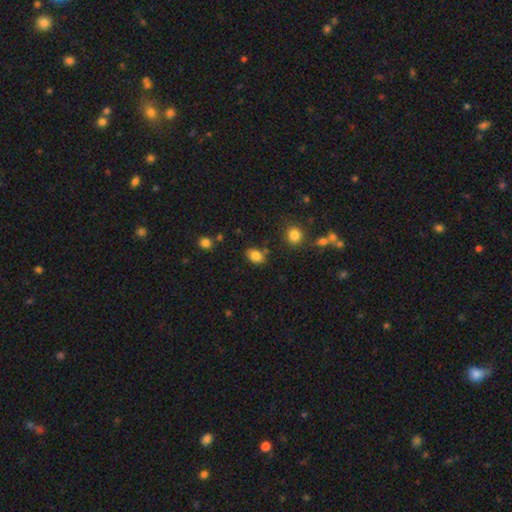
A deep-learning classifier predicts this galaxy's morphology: A smooth galaxy with no disk features (83%) that is in between round and cigar-shaped (75%). Merging: none (78%).